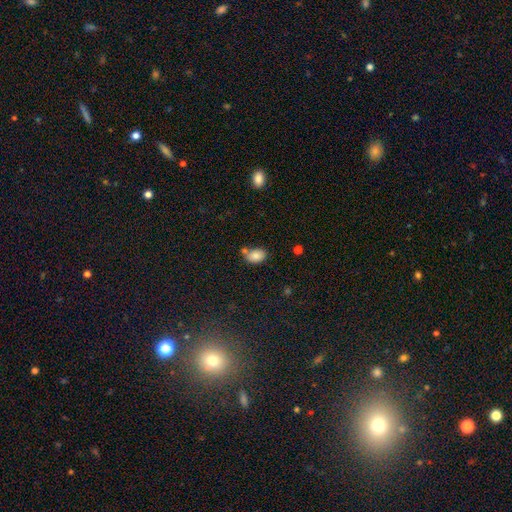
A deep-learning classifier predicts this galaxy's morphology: Smooth or featured: smooth — 82% (star or artifact — 9%)
How rounded: in between — 83% (round — 15%)
Merging: none — 54% (merger — 24%)